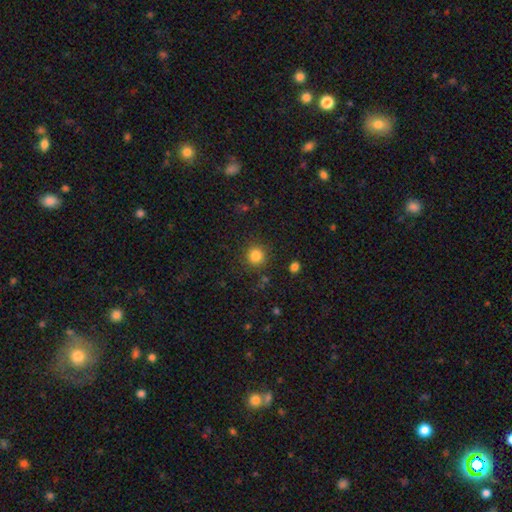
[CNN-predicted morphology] The model was most divided on "smooth or featured": smooth: 83%, star or artifact: 12%, featured or disk: 5%. More confident: how rounded — round (94%); merging — none (87%).